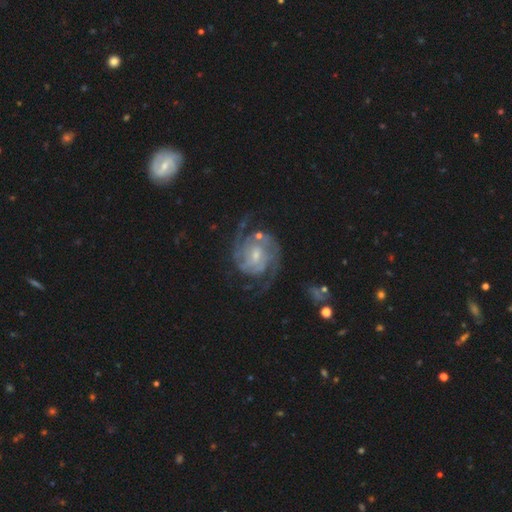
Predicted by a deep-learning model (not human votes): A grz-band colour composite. It shows a featured or disk galaxy (90%) with no bar (48%), 2 (62%) medium (44%) spiral arms (97%) and a small central bulge (58%). Merging: none (65%).